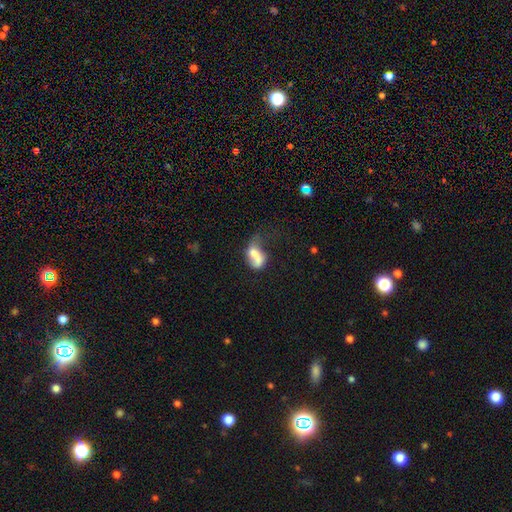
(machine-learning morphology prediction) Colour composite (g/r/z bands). It shows a smooth galaxy with no disk features (58%) that is in between round and cigar-shaped (83%). Merging: major disturbance (41%).